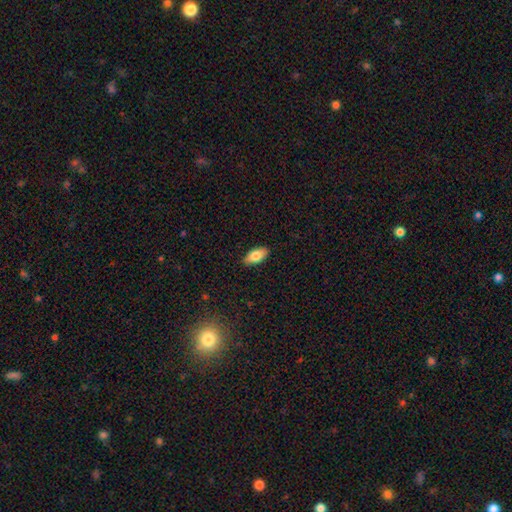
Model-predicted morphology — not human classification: Smooth or featured? Predicted: smooth (p=0.78). How rounded? Predicted: in between (p=0.90). Merging? Predicted: none (p=0.89).